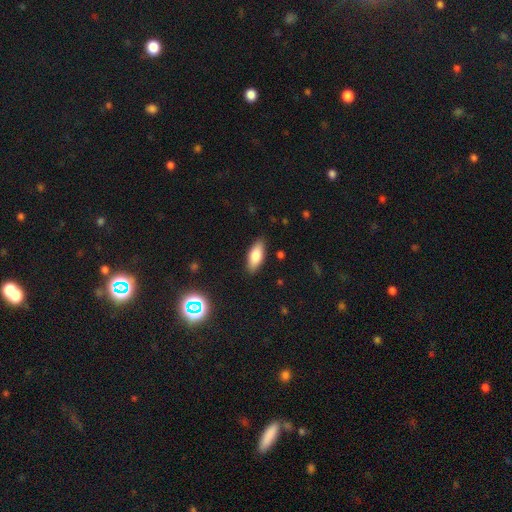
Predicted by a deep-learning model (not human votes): Smooth or featured?
  - smooth: 77% *
  - featured or disk: 16%
  - star or artifact: 8%
How rounded?
  - in between: 78% *
  - cigar-shaped: 20%
  - round: 2%
Merging?
  - none: 88% *
  - minor disturbance: 9%
  - major disturbance: 2%
  - merger: 1%